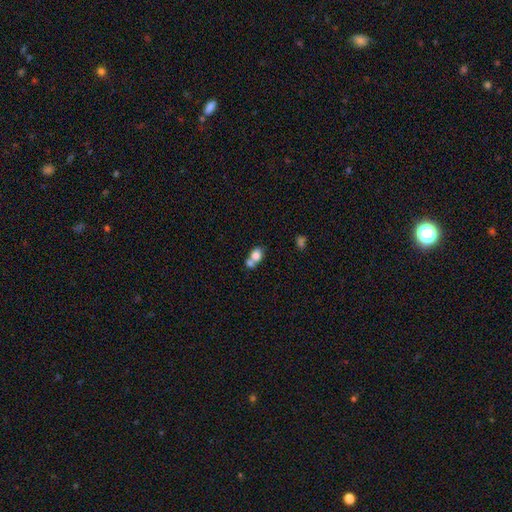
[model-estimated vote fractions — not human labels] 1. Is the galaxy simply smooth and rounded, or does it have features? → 78% smooth, 13% featured or disk, 9% star or artifact.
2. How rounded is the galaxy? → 55% in between, 43% round, 2% cigar-shaped.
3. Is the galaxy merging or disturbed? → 58% merger, 30% none, 8% minor disturbance, 4% major disturbance.